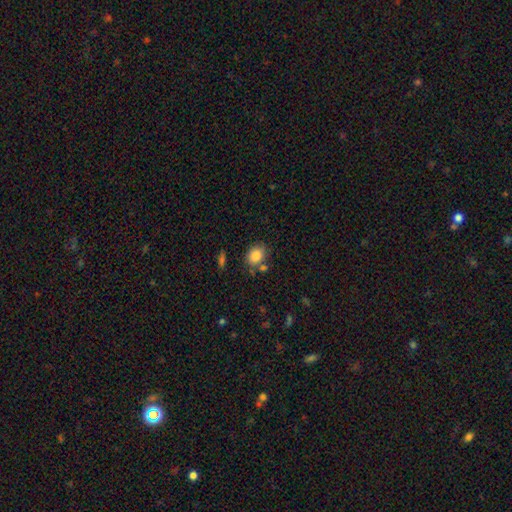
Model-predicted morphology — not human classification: The model was most divided on "how rounded": in between: 60%, round: 39%, cigar-shaped: 1%. More confident: smooth or featured — smooth (85%); merging — none (69%).